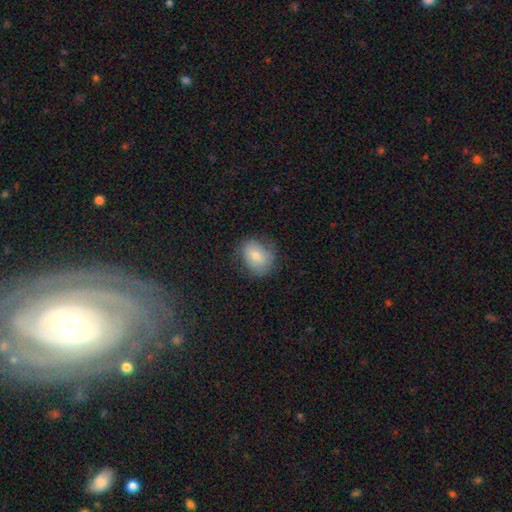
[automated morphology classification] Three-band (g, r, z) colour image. It shows a smooth galaxy with no disk features (71%) that is in between round and cigar-shaped (55%). Merging: none (66%).